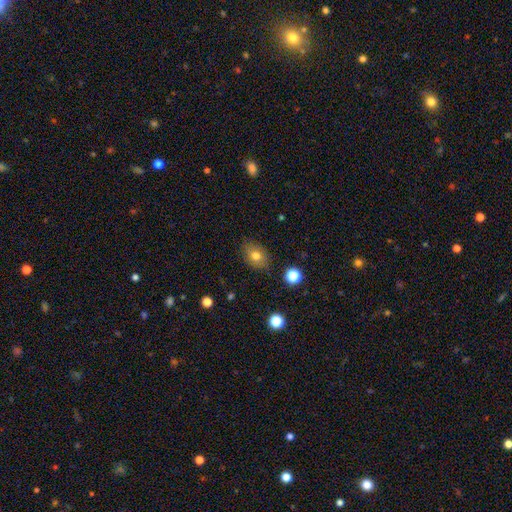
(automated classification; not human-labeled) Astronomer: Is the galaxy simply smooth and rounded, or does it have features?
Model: smooth — 74%.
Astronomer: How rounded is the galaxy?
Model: in between — 69%.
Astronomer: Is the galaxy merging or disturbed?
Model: none — 82%.